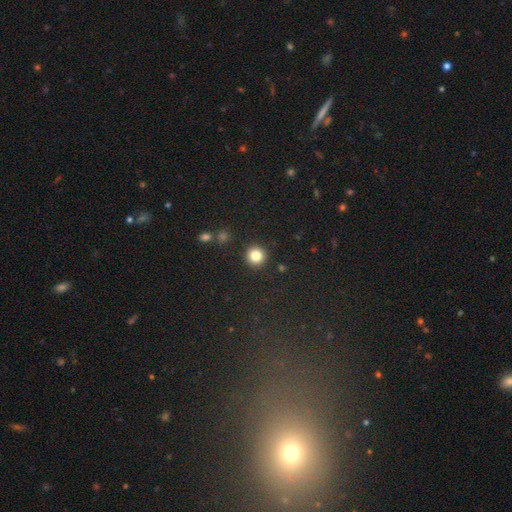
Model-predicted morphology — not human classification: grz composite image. It shows a smooth galaxy with no disk features (84%) that is round (94%). Merging: none (91%).